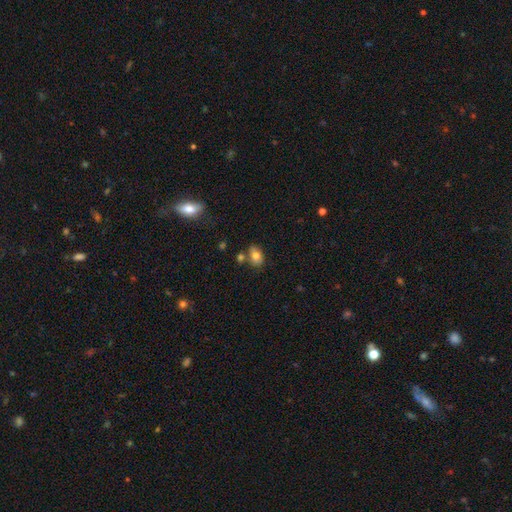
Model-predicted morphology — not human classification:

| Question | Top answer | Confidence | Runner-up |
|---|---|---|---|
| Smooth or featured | smooth | 78% | featured or disk (12%) |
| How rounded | in between | 74% | round (24%) |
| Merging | none | 63% | minor disturbance (17%) |